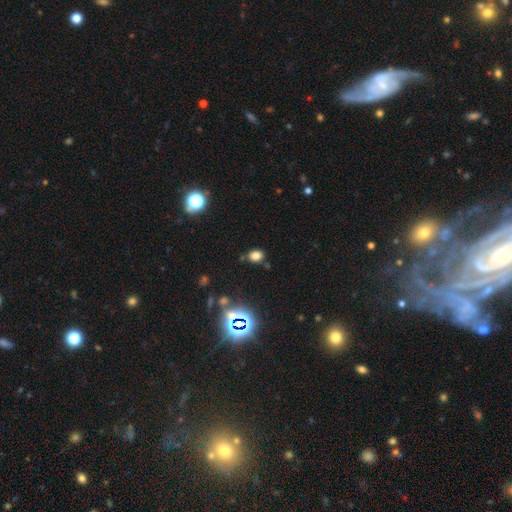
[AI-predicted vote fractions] Morphology: type=smooth (71%); roundness=in between (56%); merging=none (77%).